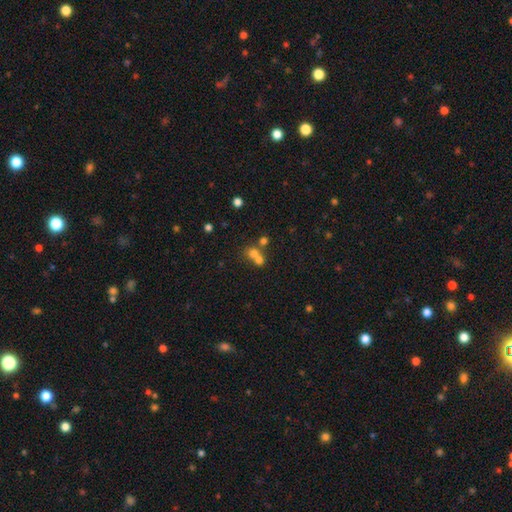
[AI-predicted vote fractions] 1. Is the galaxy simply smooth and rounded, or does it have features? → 66% smooth, 18% star or artifact, 16% featured or disk.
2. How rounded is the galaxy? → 77% round, 21% in between, 1% cigar-shaped.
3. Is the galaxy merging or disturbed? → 59% merger, 32% none, 5% minor disturbance, 3% major disturbance.